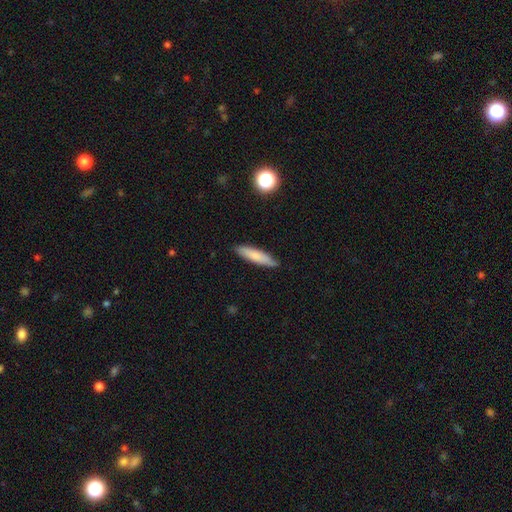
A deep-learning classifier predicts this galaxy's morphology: A smooth galaxy with no disk features (78%) that is cigar-shaped (77%). Merging: none (84%).